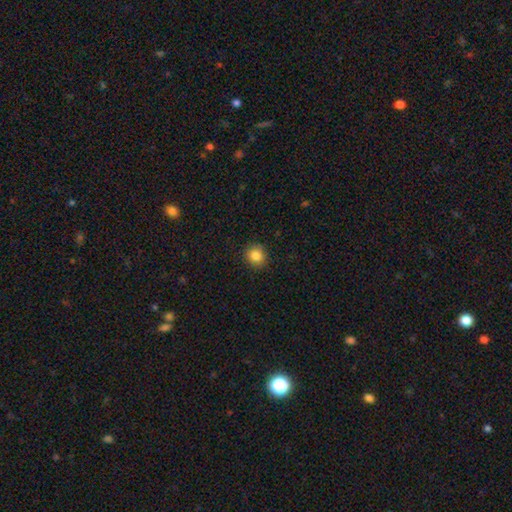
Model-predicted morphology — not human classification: This appears to be a smooth galaxy with no disk features (85%) that is round (87%). Merging: none (90%).